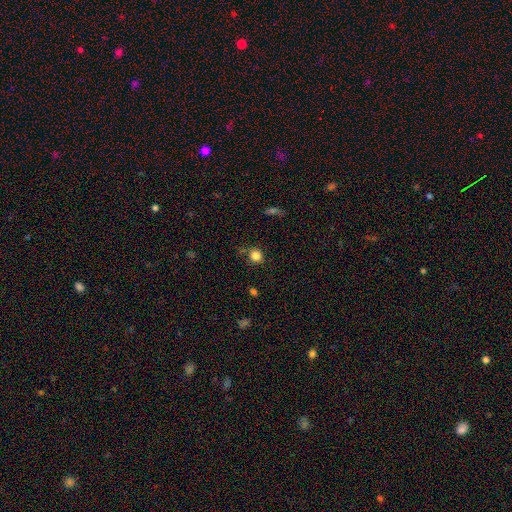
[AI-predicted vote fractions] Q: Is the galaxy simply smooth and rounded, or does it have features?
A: smooth — 83%.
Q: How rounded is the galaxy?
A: round — 89%.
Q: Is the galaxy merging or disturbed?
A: none — 78%.